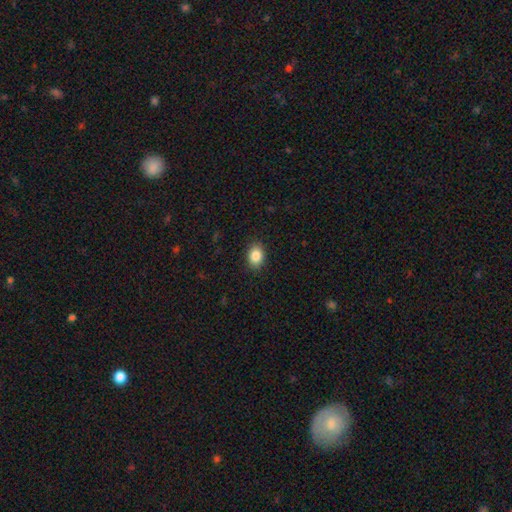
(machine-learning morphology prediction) Smooth or featured?
  - smooth: 87% *
  - star or artifact: 8%
  - featured or disk: 5%
How rounded?
  - in between: 70% *
  - round: 29%
  - cigar-shaped: 1%
Merging?
  - none: 89% *
  - minor disturbance: 8%
  - major disturbance: 2%
  - merger: 1%